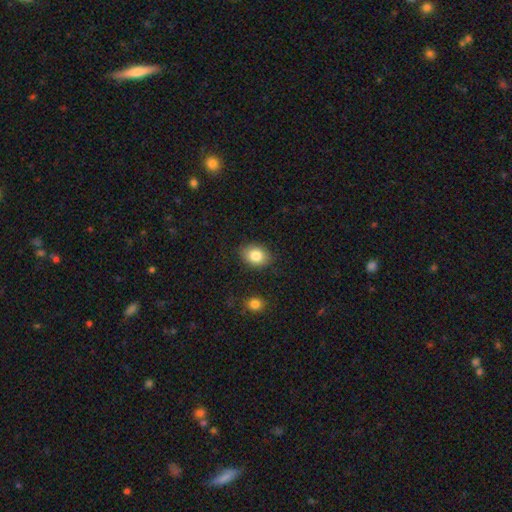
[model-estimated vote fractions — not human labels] smooth_or_featured: smooth (p=0.83) [alt: featured or disk p=0.08]
how_rounded: in between (p=0.66) [alt: round p=0.33]
merging: none (p=0.84) [alt: minor disturbance p=0.11]